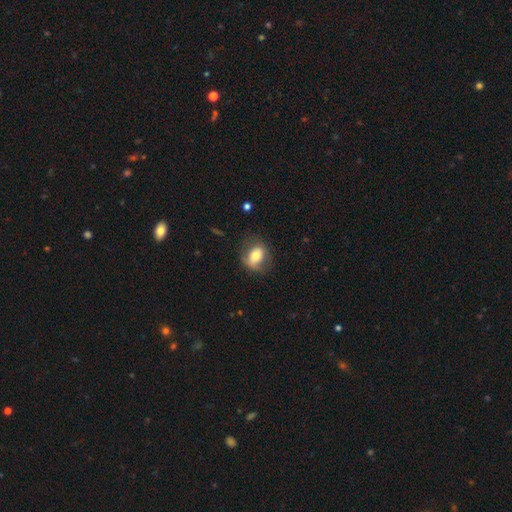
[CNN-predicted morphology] Smooth or featured? smooth (64%)
How rounded? in between (64%)
Merging? none (67%)